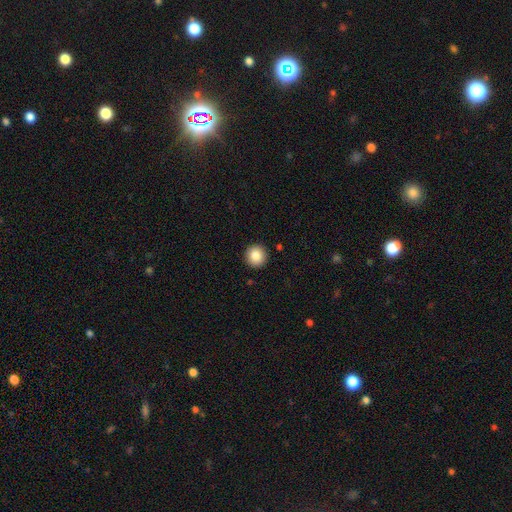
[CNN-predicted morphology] This appears to be a smooth galaxy with no disk features (85%) that is round (95%). Merging: none (92%).